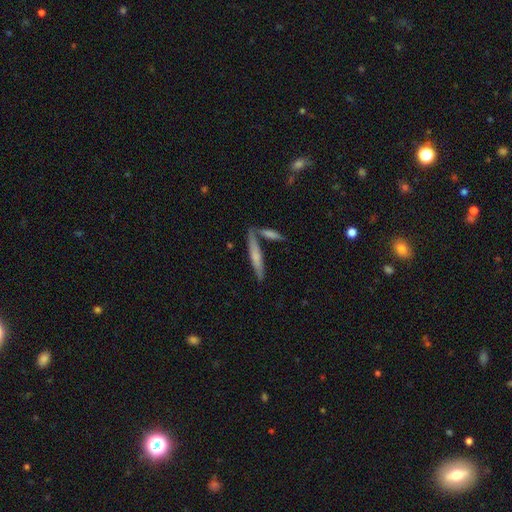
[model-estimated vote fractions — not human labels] smooth 56%, featured or disk 37%, star or artifact 7%. Down the decision tree: how rounded — cigar-shaped (89%); merging — none (73%).